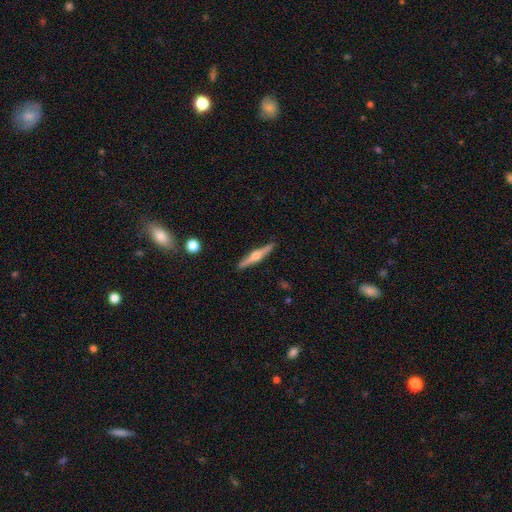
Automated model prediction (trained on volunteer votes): featured or disk 71%, smooth 24%, star or artifact 5%. Down the decision tree: edge-on disk — yes (98%); edge-on bulge — rounded (89%); merging — none (91%).